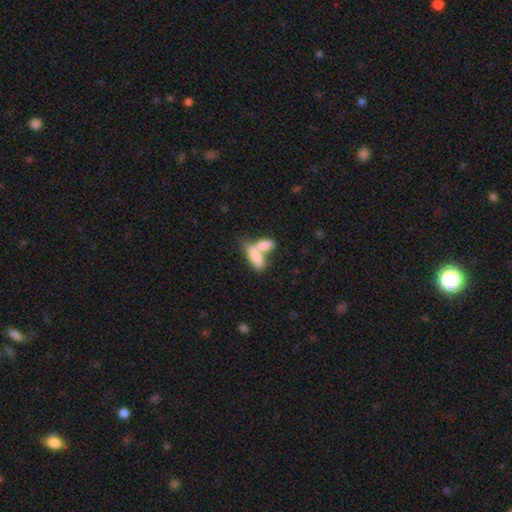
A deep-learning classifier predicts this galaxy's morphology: smooth 77%, featured or disk 16%, star or artifact 7%. Down the decision tree: how rounded — in between (80%); merging — merger (72%).